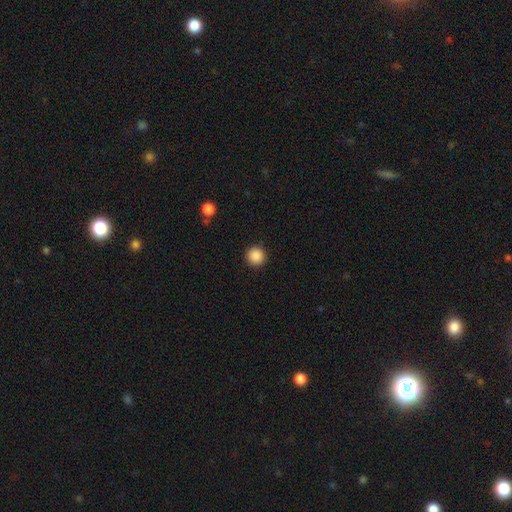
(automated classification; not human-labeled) Smooth or featured: smooth — 88% (star or artifact — 9%)
How rounded: round — 96% (in between — 3%)
Merging: none — 92% (minor disturbance — 5%)